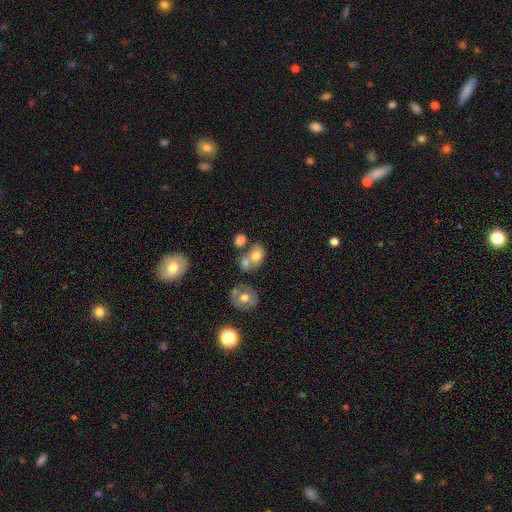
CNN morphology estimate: A smooth galaxy with no disk features (69%) that is in between round and cigar-shaped (61%). Merging: merger (45%).